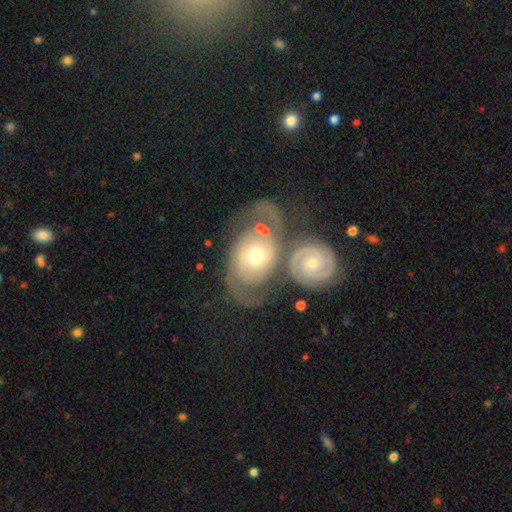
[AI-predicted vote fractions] Smooth or featured? Predicted: featured or disk (p=0.80). Edge-on disk? Predicted: no (p=0.96). Bar? Predicted: no (p=0.75). Spiral arms? Predicted: yes (p=0.93). Spiral winding? Predicted: tight (p=0.56). Spiral arm count? Predicted: 2 (p=0.85). Bulge size? Predicted: moderate (p=0.61). Merging? Predicted: merger (p=0.36, tied with none).